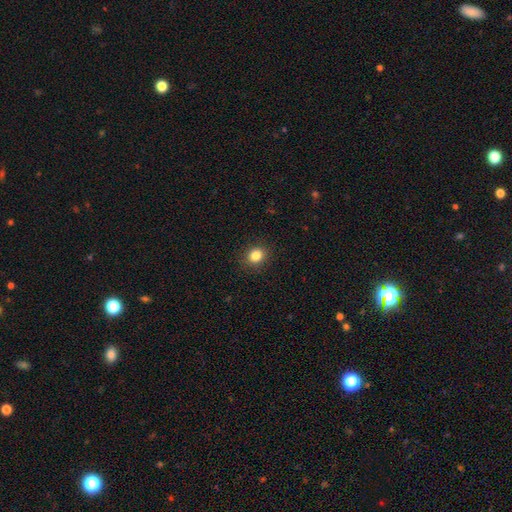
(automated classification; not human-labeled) smooth 84%, star or artifact 11%, featured or disk 5%. Down the decision tree: how rounded — round (71%); merging — none (90%).